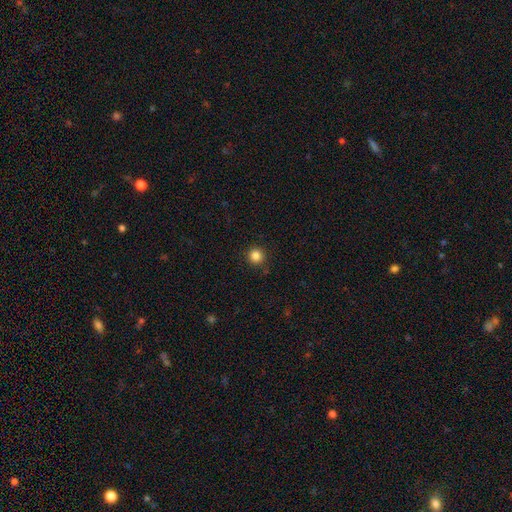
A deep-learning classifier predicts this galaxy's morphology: Smooth or featured? Predicted: smooth (p=0.84). How rounded? Predicted: round (p=0.95). Merging? Predicted: none (p=0.90).